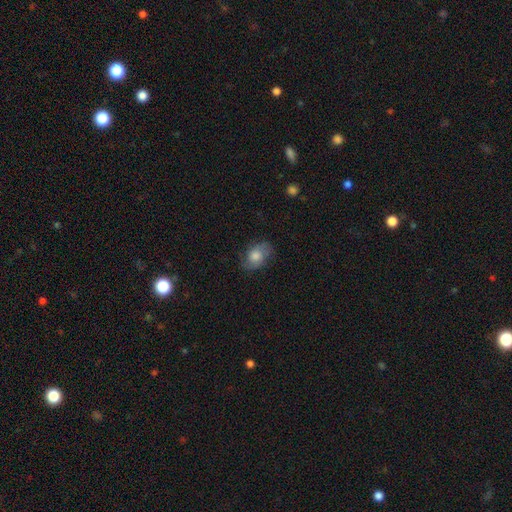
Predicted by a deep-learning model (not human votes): Smooth or featured? Predicted: smooth (p=0.65). How rounded? Predicted: in between (p=0.76). Merging? Predicted: none (p=0.71).